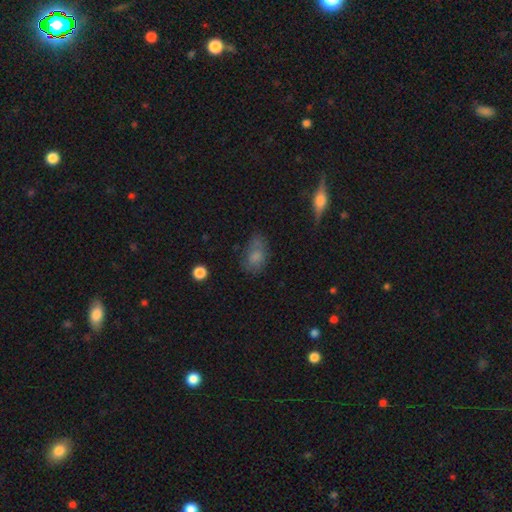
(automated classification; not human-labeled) Smooth or featured? Predicted: smooth (p=0.73). How rounded? Predicted: in between (p=0.86). Merging? Predicted: none (p=0.55).